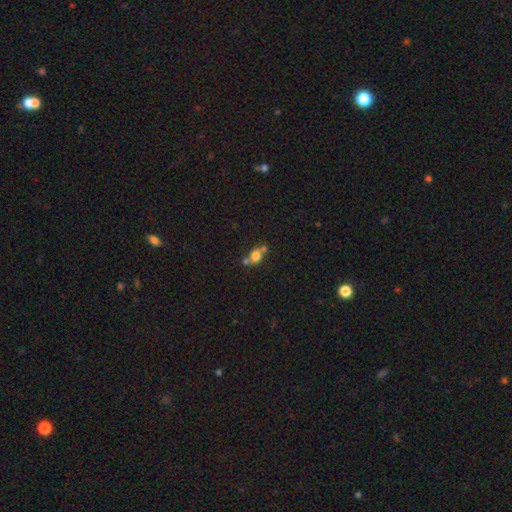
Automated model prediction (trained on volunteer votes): Overall: smooth (73%). How rounded: round (58%; in between 40%). Merging: none (45%; merger 39%).